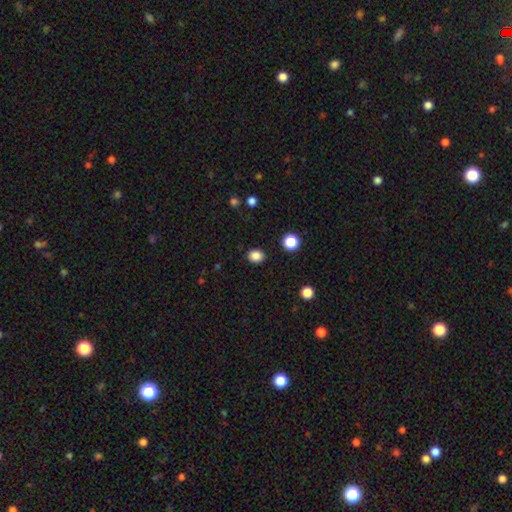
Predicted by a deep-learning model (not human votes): This is clearly a smooth galaxy (86%). How rounded: likely round (65%). Merging: clearly none (90%).